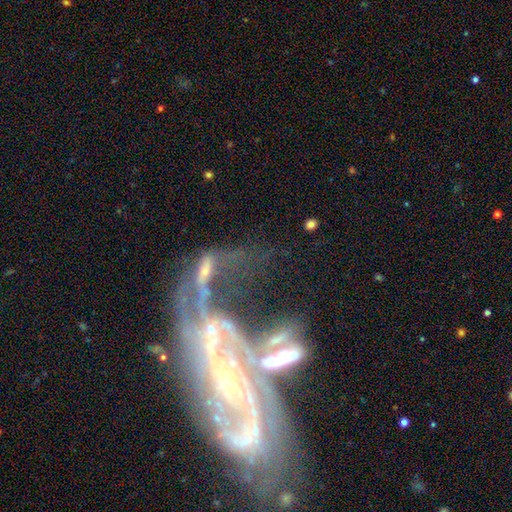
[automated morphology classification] Q: Smooth or featured?
A: featured or disk (75%); runner-up: star or artifact (15%)
Q: Edge-on disk?
A: no (93%); runner-up: yes (7%)
Q: Bar?
A: no (59%); runner-up: weak (24%)
Q: Spiral arms?
A: yes (81%); runner-up: no (19%)
Q: Spiral winding?
A: medium (38%); runner-up: loose (35%)
Q: Spiral arm count?
A: 2 (39%); runner-up: can't tell (27%)
Q: Bulge size?
A: small (67%); runner-up: moderate (19%)
Q: Merging?
A: merger (42%); runner-up: major disturbance (29%)